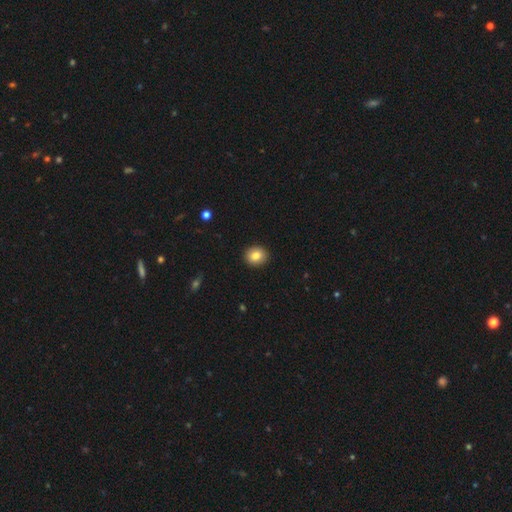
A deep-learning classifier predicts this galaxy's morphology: type=smooth (82%); roundness=round (76%); merging=none (92%).